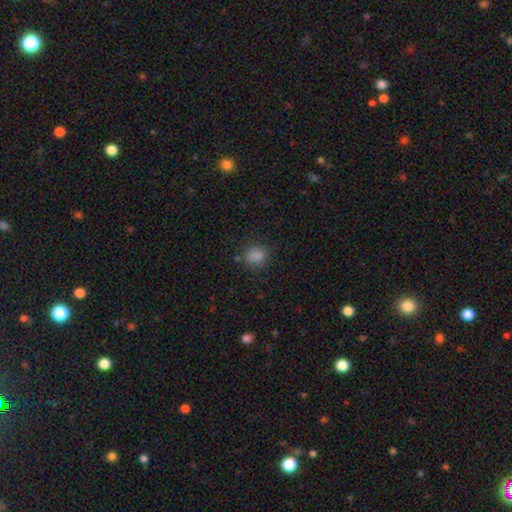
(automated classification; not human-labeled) Smooth or featured: smooth — 82% (star or artifact — 12%)
How rounded: round — 61% (in between — 37%)
Merging: none — 78% (minor disturbance — 14%)